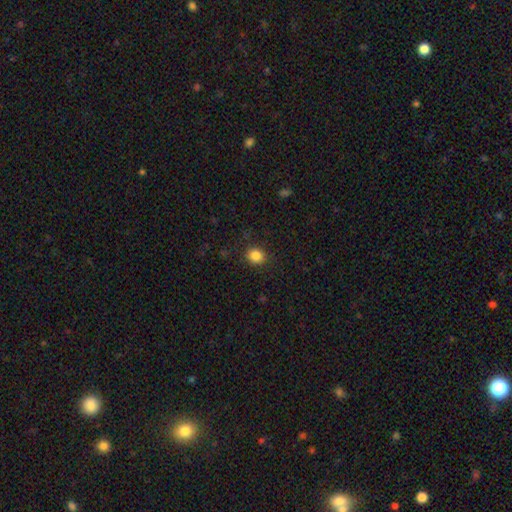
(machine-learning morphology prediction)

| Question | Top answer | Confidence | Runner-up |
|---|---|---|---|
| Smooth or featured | smooth | 85% | star or artifact (11%) |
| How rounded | round | 72% | in between (27%) |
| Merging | none | 88% | minor disturbance (8%) |